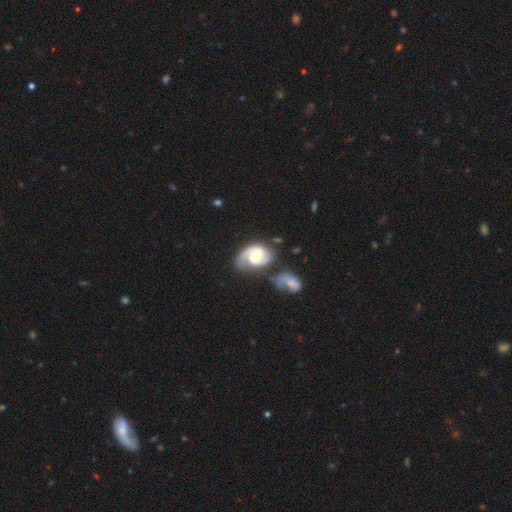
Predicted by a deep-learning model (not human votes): A featured or disk galaxy (77%) with a weak bar (51%), 2 (73%) medium (48%) spiral arms (93%) and a moderate central bulge (63%). Merging: none (48%).